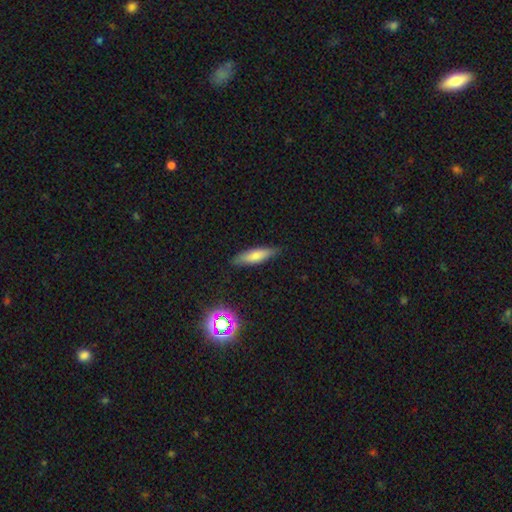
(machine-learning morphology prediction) type=smooth (72%); roundness=cigar-shaped (64%); merging=none (84%).